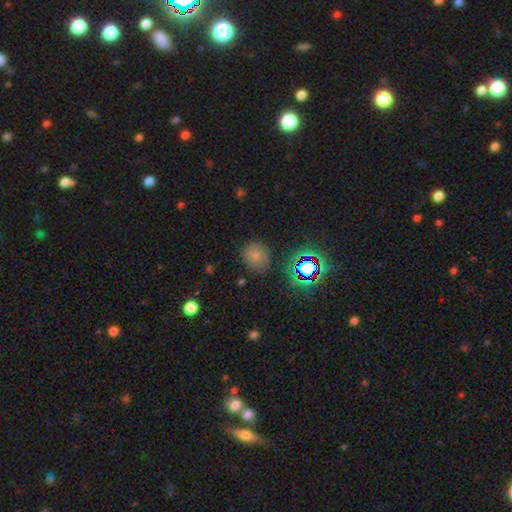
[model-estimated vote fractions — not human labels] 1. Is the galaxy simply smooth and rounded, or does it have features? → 70% smooth, 20% star or artifact, 9% featured or disk.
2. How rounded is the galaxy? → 82% round, 17% in between, 1% cigar-shaped.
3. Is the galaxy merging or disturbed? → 82% none, 12% minor disturbance, 4% major disturbance, 2% merger.